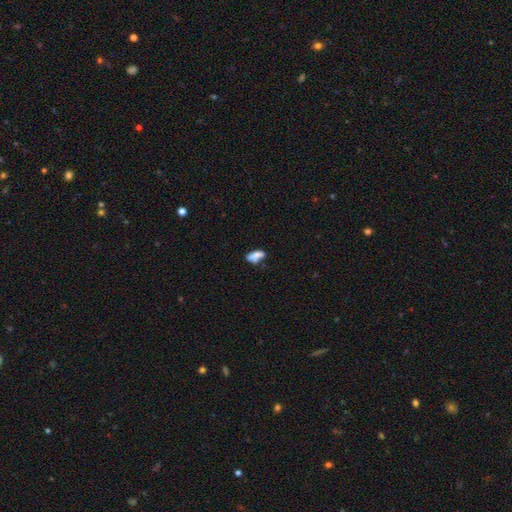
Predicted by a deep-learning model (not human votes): smooth 72%, featured or disk 18%, star or artifact 10%. Down the decision tree: how rounded — in between (81%); merging — none (43%).